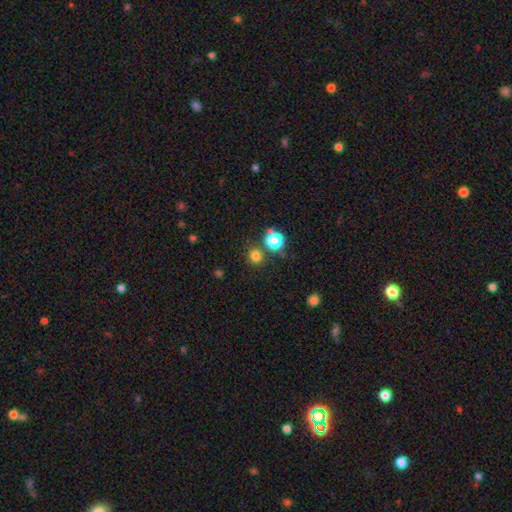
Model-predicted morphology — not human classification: type=smooth (75%); roundness=round (90%); merging=none (80%).